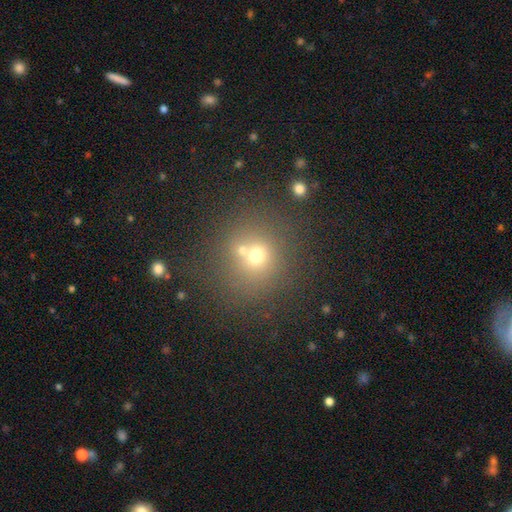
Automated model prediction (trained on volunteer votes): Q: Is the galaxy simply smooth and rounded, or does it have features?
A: smooth — 64%.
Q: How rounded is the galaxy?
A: round — 87%.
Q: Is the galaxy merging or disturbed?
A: none — 59%.